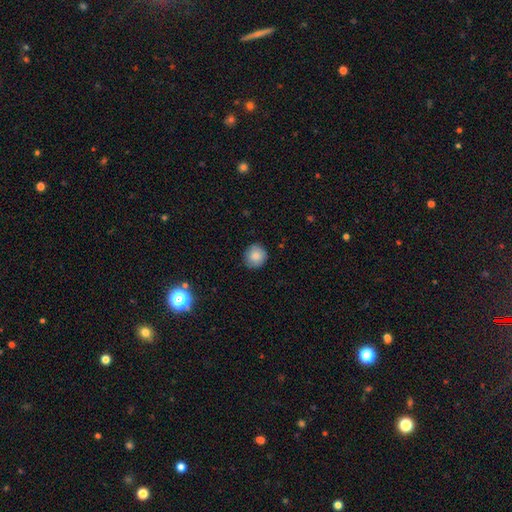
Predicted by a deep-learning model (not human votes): A smooth galaxy with no disk features (85%) that is round (91%).

Vote fractions:
- Smooth or featured? smooth: 85% / star or artifact: 9% / featured or disk: 6%
- How rounded? round: 91% / in between: 9% / cigar-shaped: 1%
- Merging? none: 86% / minor disturbance: 11% / major disturbance: 2% / merger: 1%